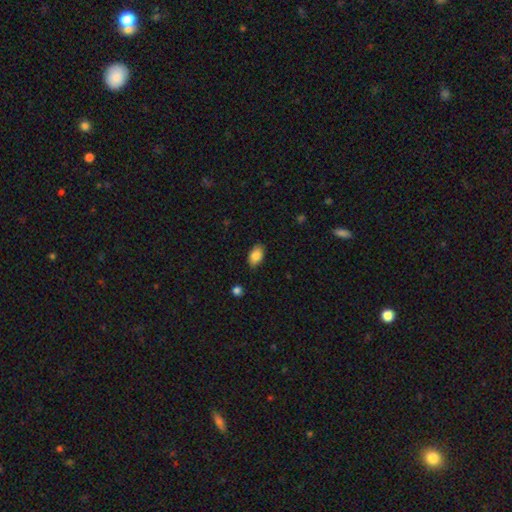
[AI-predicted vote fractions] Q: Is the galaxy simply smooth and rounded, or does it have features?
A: smooth — 86%.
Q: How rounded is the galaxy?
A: in between — 91%.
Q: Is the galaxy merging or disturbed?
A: none — 83%.